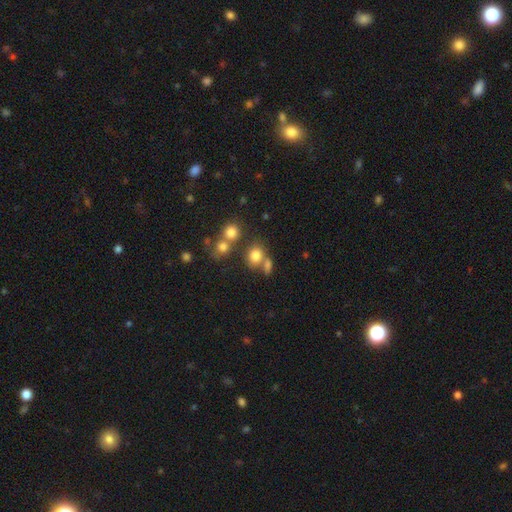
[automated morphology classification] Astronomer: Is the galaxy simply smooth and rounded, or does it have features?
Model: smooth — 77%.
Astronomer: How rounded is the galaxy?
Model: round — 54% (runner-up: in between, 45%).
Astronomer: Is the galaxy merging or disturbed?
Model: none — 52% (runner-up: merger, 31%).